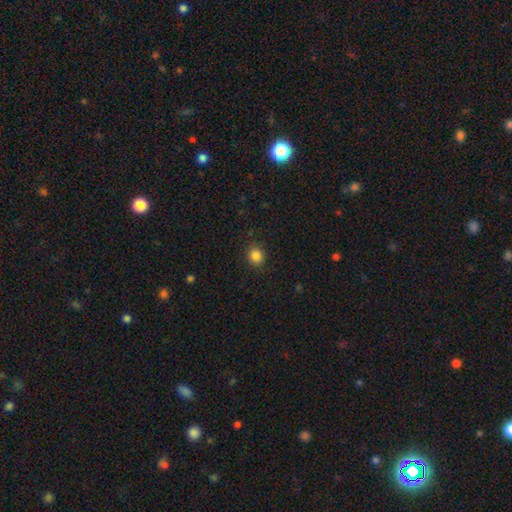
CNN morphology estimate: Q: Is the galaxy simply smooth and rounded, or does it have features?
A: smooth — 85%.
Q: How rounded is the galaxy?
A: round — 70%.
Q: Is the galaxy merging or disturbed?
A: none — 88%.